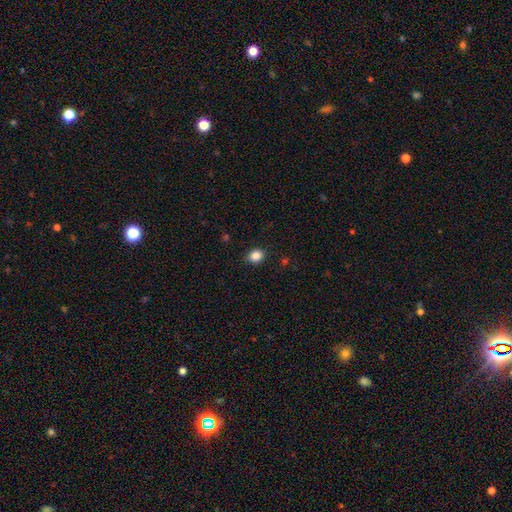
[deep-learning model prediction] This appears to be a smooth galaxy with no disk features (87%) that is round (61%). Merging: none (87%).